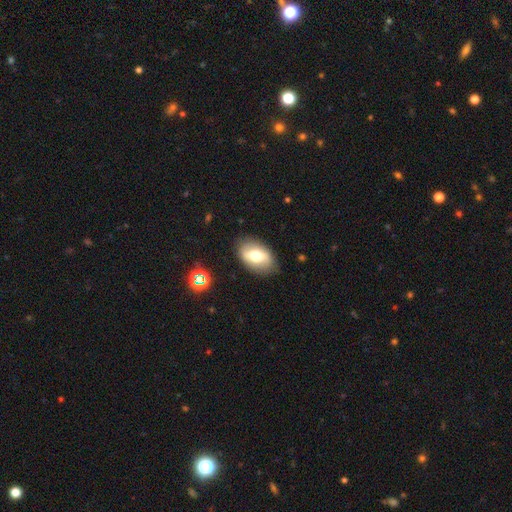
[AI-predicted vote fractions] Smooth or featured? smooth (58%)
How rounded? in between (89%)
Merging? none (82%)